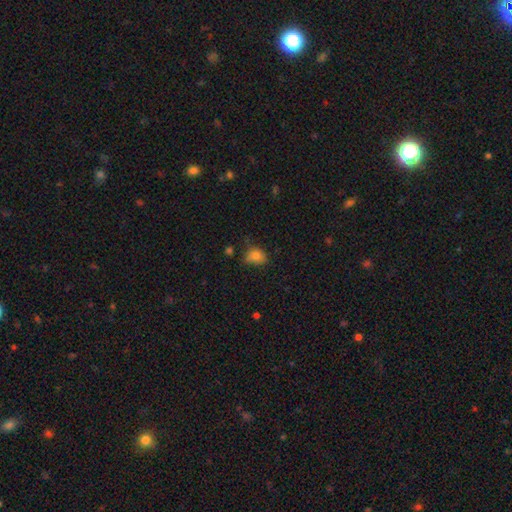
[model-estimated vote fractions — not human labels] Smooth or featured? Predicted: smooth (p=0.79). How rounded? Predicted: in between (p=0.54). Merging? Predicted: none (p=0.54).